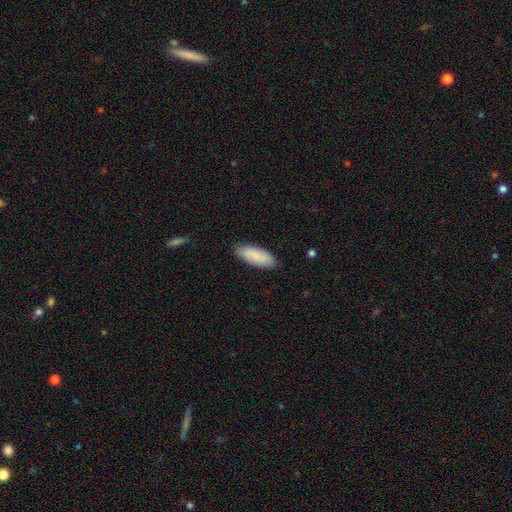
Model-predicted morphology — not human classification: A smooth galaxy with no disk features (85%) that is in between round and cigar-shaped (75%). Merging: none (84%).